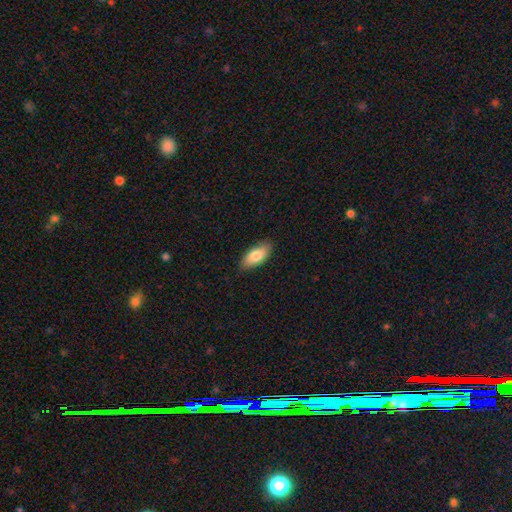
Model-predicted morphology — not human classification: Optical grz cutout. It shows a smooth galaxy with no disk features (81%) that is in between round and cigar-shaped (86%). Merging: none (85%).